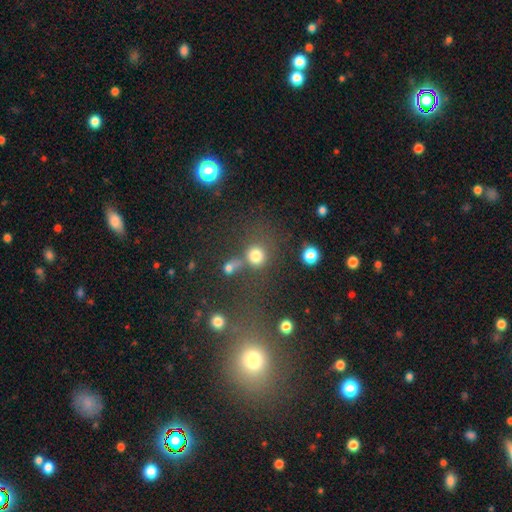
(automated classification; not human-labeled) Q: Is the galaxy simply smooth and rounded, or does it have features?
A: smooth — 77%.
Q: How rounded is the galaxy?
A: round — 85%.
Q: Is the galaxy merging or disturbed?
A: none — 54%.